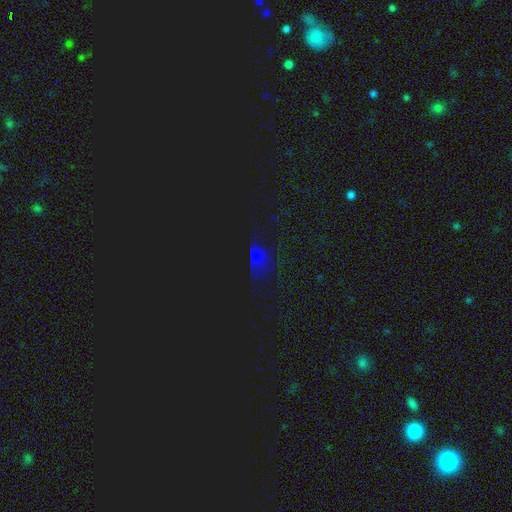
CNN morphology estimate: The model was most divided on "smooth or featured": star or artifact: 56%, smooth: 34%, featured or disk: 10%.